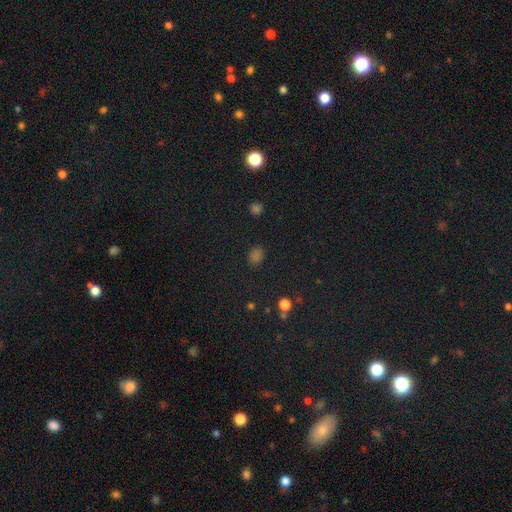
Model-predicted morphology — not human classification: type=smooth (69%); roundness=in between (56%); merging=none (83%).